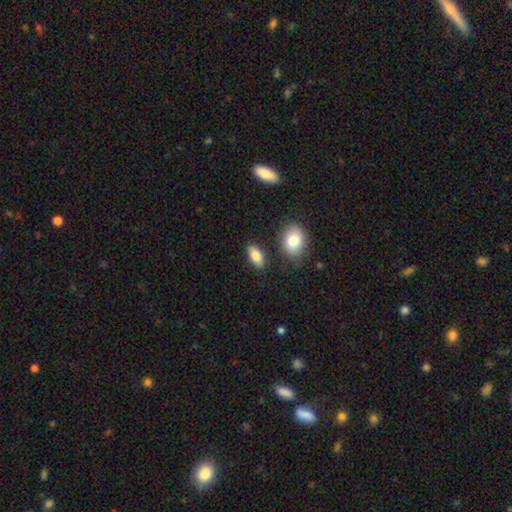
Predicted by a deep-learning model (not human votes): The model was most divided on "merging": none: 83%, minor disturbance: 10%, merger: 4%, major disturbance: 3%. More confident: how rounded — in between (89%); smooth or featured — smooth (85%).